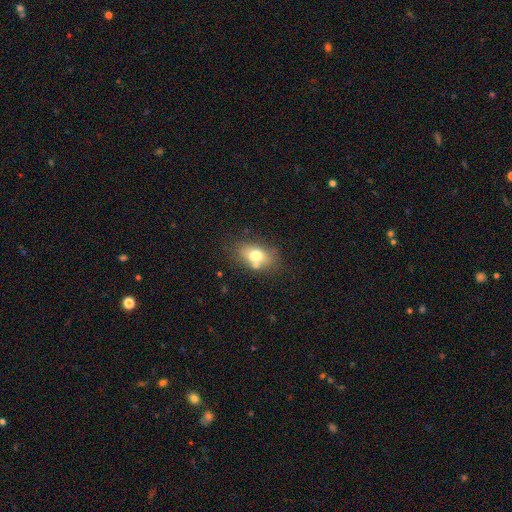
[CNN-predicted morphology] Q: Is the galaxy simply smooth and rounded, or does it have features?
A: smooth — 69%.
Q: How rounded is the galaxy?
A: in between — 79%.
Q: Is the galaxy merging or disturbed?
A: none — 62%.